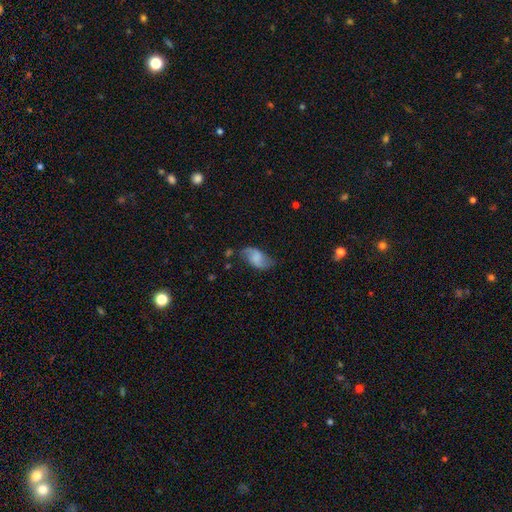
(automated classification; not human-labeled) Morphology: type=featured or disk (58%); edge-on=no (96%); bar=no (46%); spiral arms=yes (90%); winding=loose (63%); arm count=2 (90%); bulge=none (50%); merging=none (64%).